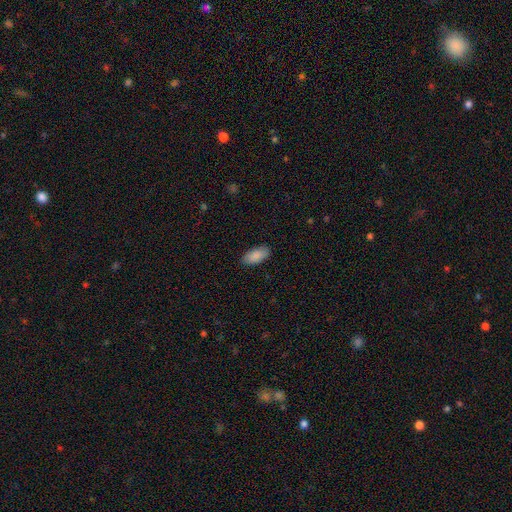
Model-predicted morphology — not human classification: A smooth galaxy with no disk features (89%) that is in between round and cigar-shaped (92%). Merging: none (88%).